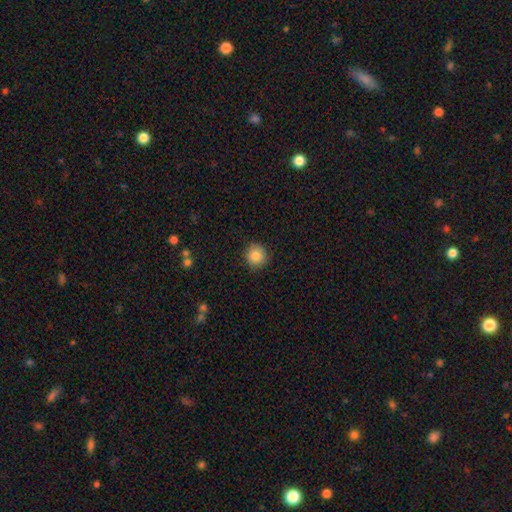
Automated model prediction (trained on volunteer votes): A smooth galaxy with no disk features (84%) that is round (92%).

Vote fractions:
- Smooth or featured? smooth: 84% / star or artifact: 9% / featured or disk: 7%
- How rounded? round: 92% / in between: 7% / cigar-shaped: 1%
- Merging? none: 89% / minor disturbance: 8% / major disturbance: 2% / merger: 1%